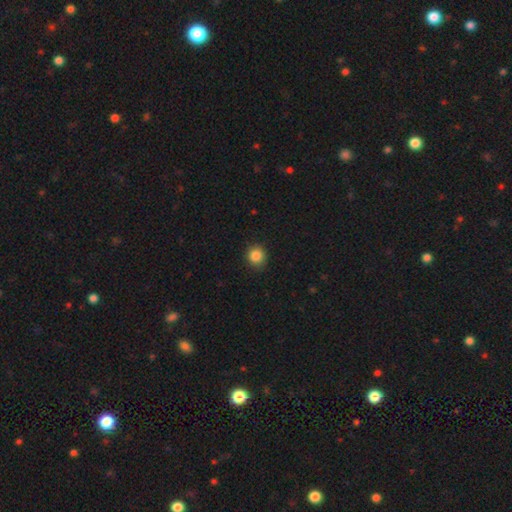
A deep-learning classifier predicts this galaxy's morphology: smooth_or_featured: smooth (p=0.86) [alt: star or artifact p=0.10]
how_rounded: round (p=0.89) [alt: in between p=0.10]
merging: none (p=0.90) [alt: minor disturbance p=0.07]